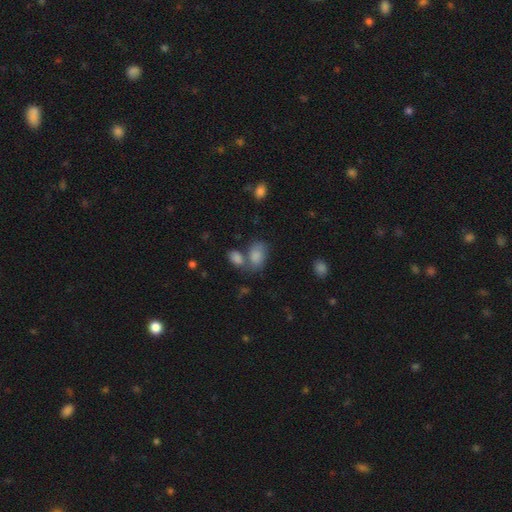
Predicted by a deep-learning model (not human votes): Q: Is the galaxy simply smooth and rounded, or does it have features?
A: smooth — 82%.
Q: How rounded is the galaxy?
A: in between — 86%.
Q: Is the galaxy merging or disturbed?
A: merger — 39%.